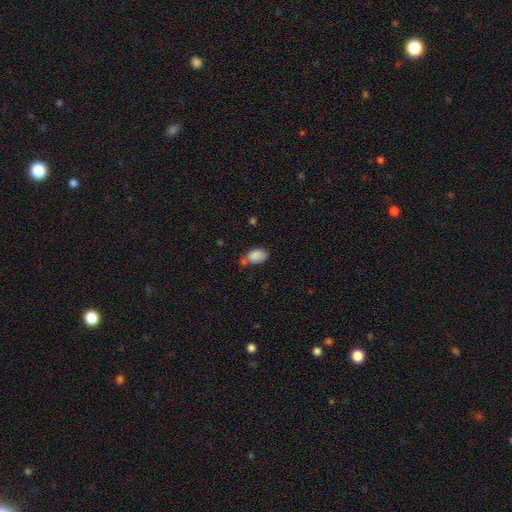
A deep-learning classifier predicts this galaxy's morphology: Overall: smooth (86%). How rounded: in between (85%). Merging: none (49%; minor disturbance 24%).